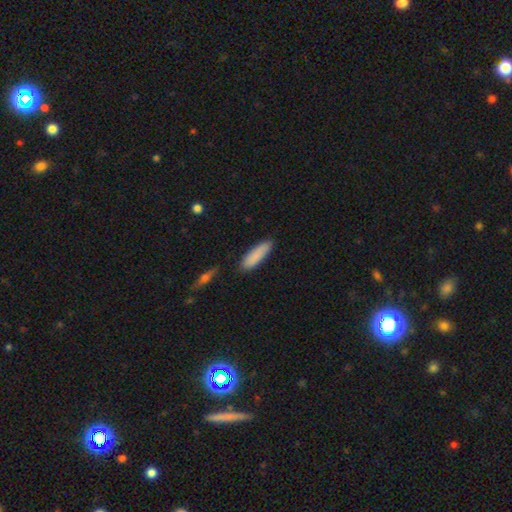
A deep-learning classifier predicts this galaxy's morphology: This appears to be a smooth galaxy with no disk features (85%) that is cigar-shaped (56%). Merging: none (82%).